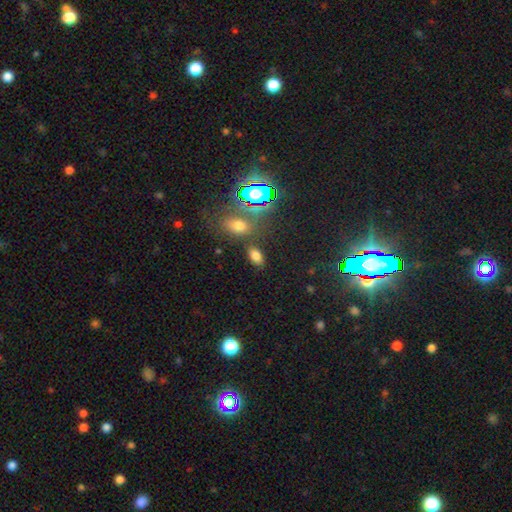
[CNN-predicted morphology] smooth-or-featured: smooth: 73% | star or artifact: 20% | featured or disk: 6%
  how-rounded: in between: 89% | round: 9% | cigar-shaped: 2%
  merging: none: 78% | minor disturbance: 11% | merger: 7% | major disturbance: 4%